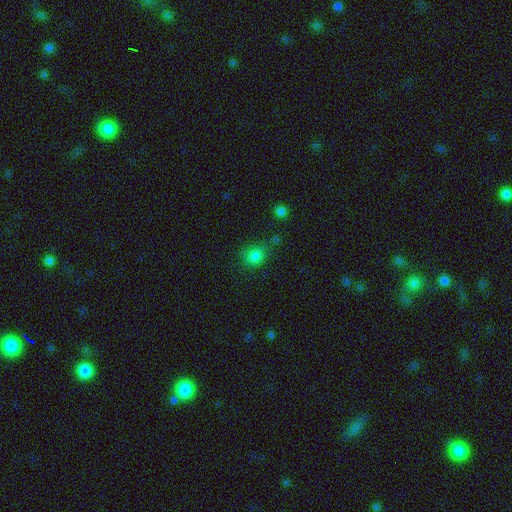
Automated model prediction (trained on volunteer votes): Smooth or featured: smooth — 81% (star or artifact — 14%)
How rounded: round — 73% (in between — 26%)
Merging: none — 71% (minor disturbance — 17%)